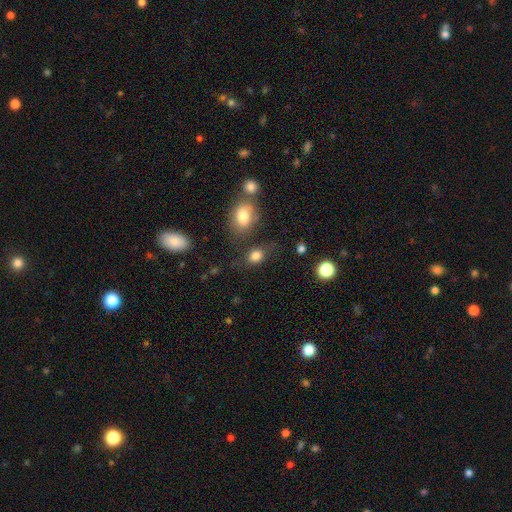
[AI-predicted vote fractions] This appears to be a smooth galaxy with no disk features (83%) that is in between round and cigar-shaped (55%). Merging: none (68%).